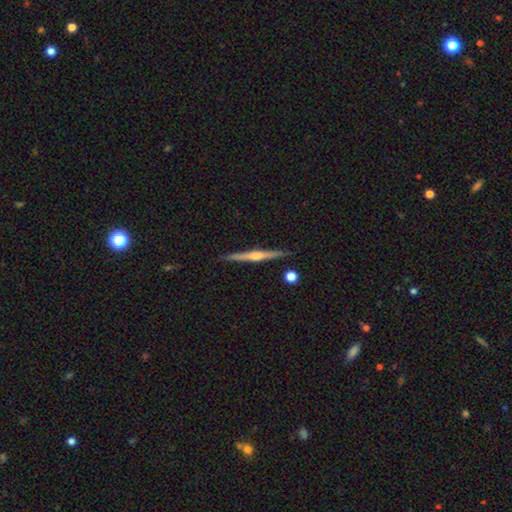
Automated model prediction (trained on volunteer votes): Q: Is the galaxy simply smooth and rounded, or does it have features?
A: featured or disk — 77%.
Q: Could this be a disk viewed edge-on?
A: yes — 98%.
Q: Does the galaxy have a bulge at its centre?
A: rounded — 87%.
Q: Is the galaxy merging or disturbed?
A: none — 90%.